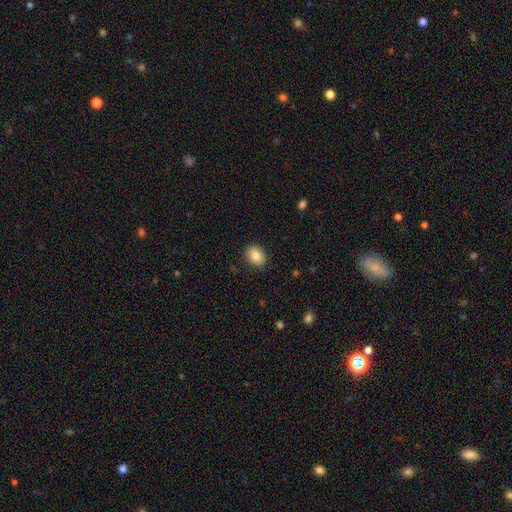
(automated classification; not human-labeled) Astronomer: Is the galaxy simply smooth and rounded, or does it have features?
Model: smooth — 83%.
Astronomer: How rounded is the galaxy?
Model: in between — 62% (runner-up: round, 37%).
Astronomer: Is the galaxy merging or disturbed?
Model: none — 86%.